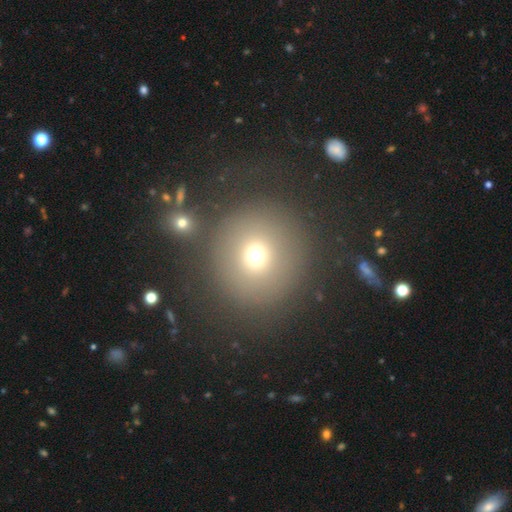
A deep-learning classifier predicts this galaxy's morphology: Overall: smooth (70%). How rounded: round (94%). Merging: none (77%).